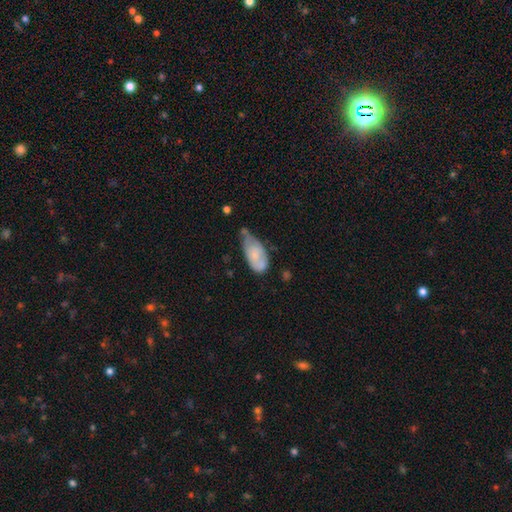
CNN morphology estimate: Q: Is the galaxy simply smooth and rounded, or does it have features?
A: smooth — 66%.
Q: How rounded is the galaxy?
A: in between — 91%.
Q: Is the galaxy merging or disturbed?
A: minor disturbance — 44%.